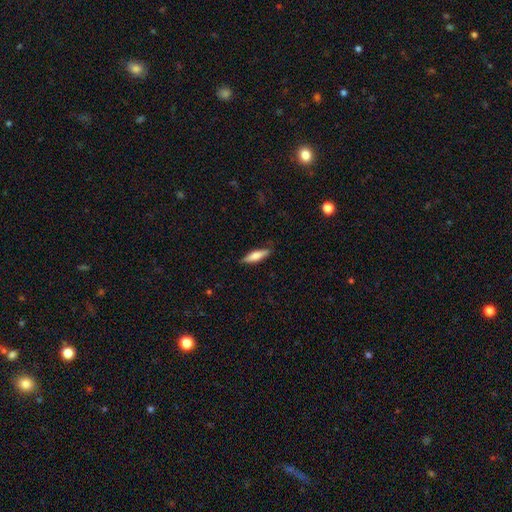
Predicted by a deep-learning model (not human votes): smooth-or-featured: smooth: 66% | featured or disk: 29% | star or artifact: 6%
  how-rounded: cigar-shaped: 69% | in between: 29% | round: 2%
  merging: none: 85% | minor disturbance: 12% | major disturbance: 2% | merger: 1%